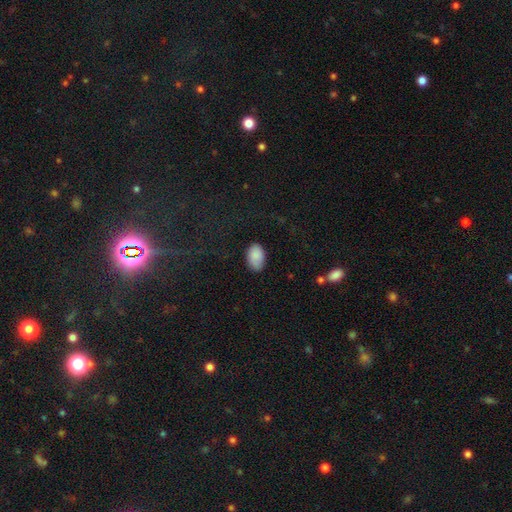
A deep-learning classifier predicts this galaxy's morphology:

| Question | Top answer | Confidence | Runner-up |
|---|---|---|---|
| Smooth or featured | smooth | 88% | star or artifact (7%) |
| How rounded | in between | 91% | round (8%) |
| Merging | none | 79% | minor disturbance (17%) |